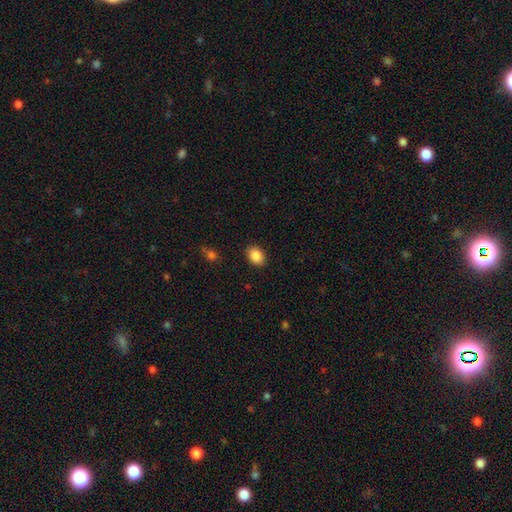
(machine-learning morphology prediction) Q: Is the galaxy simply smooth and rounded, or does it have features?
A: smooth — 88%.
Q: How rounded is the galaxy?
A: in between — 70%.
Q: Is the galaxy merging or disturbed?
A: none — 89%.